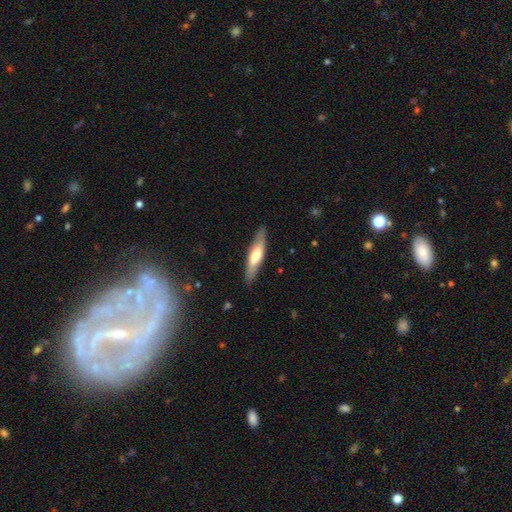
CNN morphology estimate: smooth 51%, featured or disk 44%, star or artifact 5%. Down the decision tree: how rounded — cigar-shaped (79%); merging — none (87%).